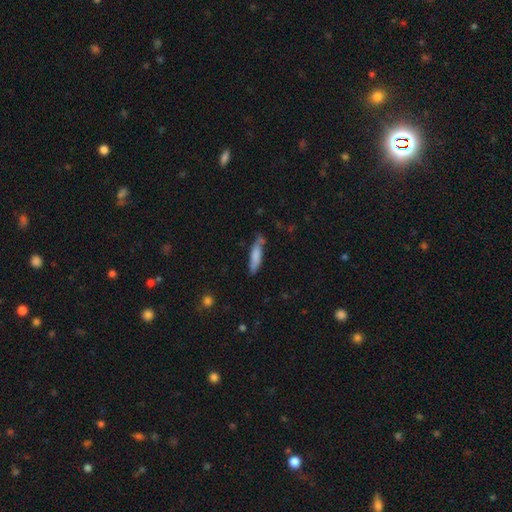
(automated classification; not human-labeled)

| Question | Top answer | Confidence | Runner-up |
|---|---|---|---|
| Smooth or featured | smooth | 76% | featured or disk (18%) |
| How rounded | cigar-shaped | 78% | in between (21%) |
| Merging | none | 68% | minor disturbance (22%) |